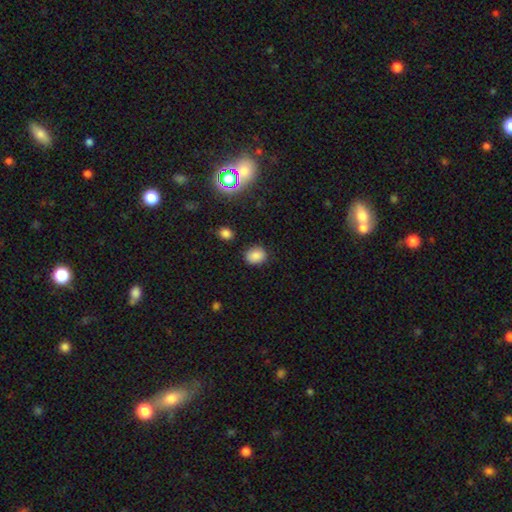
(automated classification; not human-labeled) This is clearly a smooth galaxy (84%). How rounded: possibly round (59%). Merging: clearly none (85%).